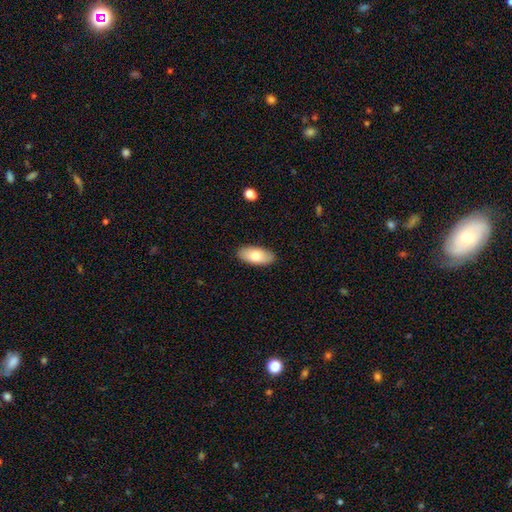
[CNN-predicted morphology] Overall: smooth (76%). How rounded: in between (91%). Merging: none (88%).